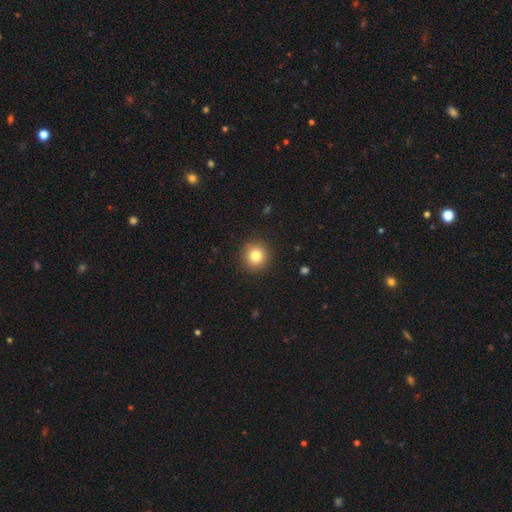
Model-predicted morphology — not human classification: A smooth galaxy with no disk features (82%) that is round (92%). Merging: none (91%).